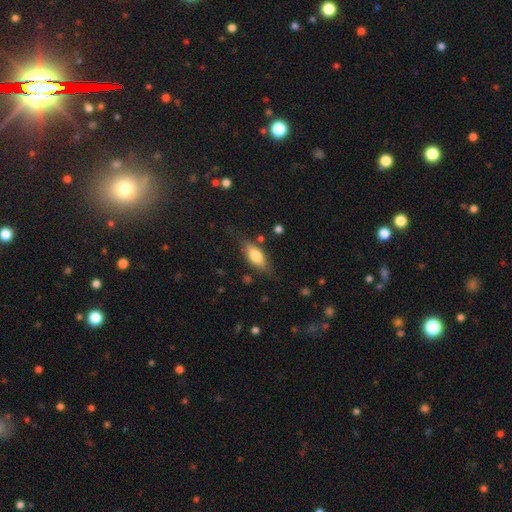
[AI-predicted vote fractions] Smooth or featured? Predicted: smooth (p=0.67). How rounded? Predicted: in between (p=0.72). Merging? Predicted: none (p=0.73).